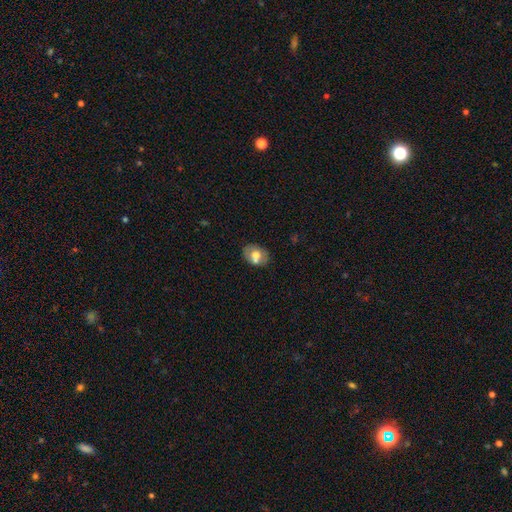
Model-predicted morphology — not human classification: A smooth galaxy with no disk features (59%) that is in between round and cigar-shaped (71%). Merging: none (63%).